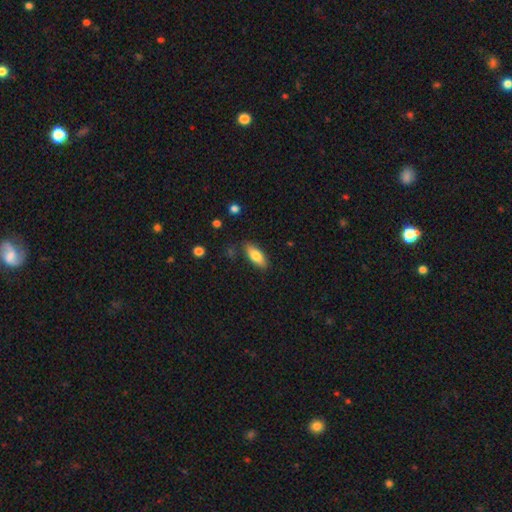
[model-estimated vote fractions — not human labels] Smooth or featured? Predicted: smooth (p=0.78). How rounded? Predicted: in between (p=0.77). Merging? Predicted: none (p=0.83).